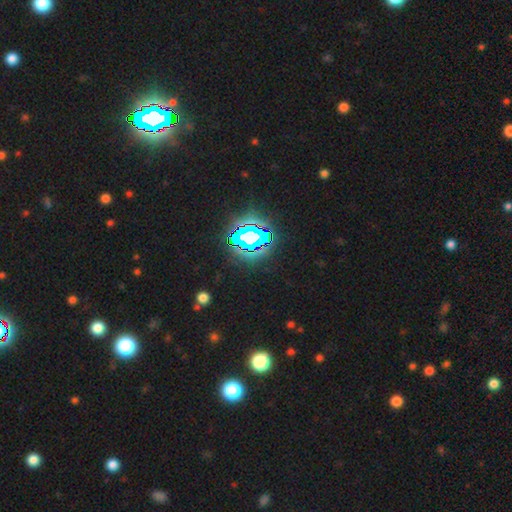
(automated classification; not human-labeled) Q: Smooth or featured?
A: star or artifact (84%); runner-up: smooth (10%)